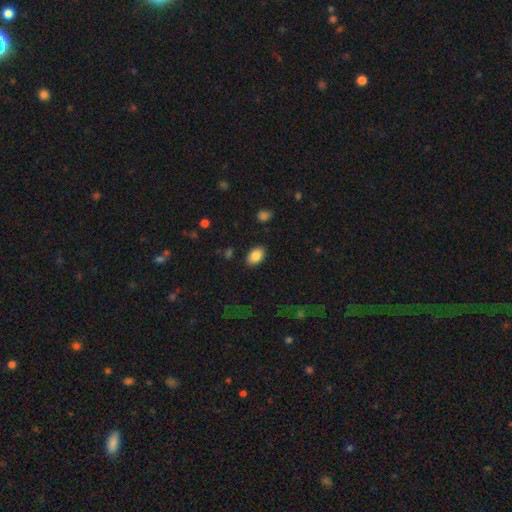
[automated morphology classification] Smooth or featured? Predicted: smooth (p=0.86). How rounded? Predicted: in between (p=0.89). Merging? Predicted: none (p=0.87).